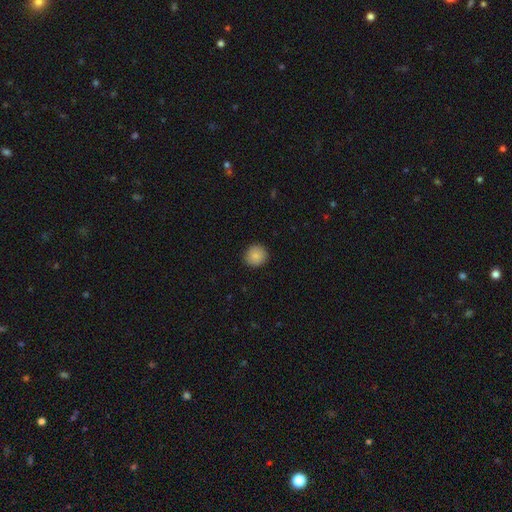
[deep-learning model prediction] smooth 87%, star or artifact 9%, featured or disk 4%. Down the decision tree: how rounded — round (90%); merging — none (91%).